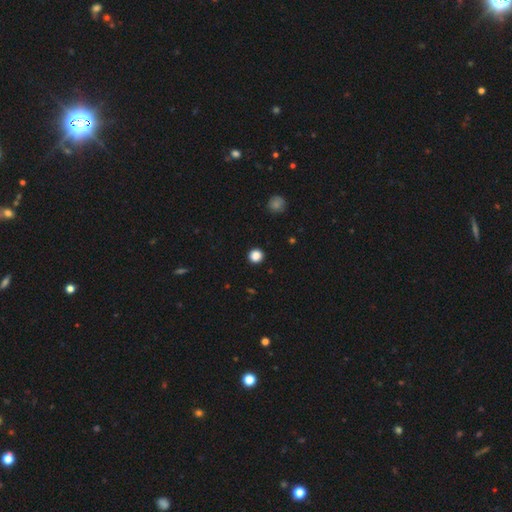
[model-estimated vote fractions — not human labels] Smooth or featured?
  - smooth: 86% *
  - star or artifact: 12%
  - featured or disk: 3%
How rounded?
  - round: 93% *
  - in between: 6%
  - cigar-shaped: 1%
Merging?
  - none: 93% *
  - minor disturbance: 4%
  - major disturbance: 2%
  - merger: 1%